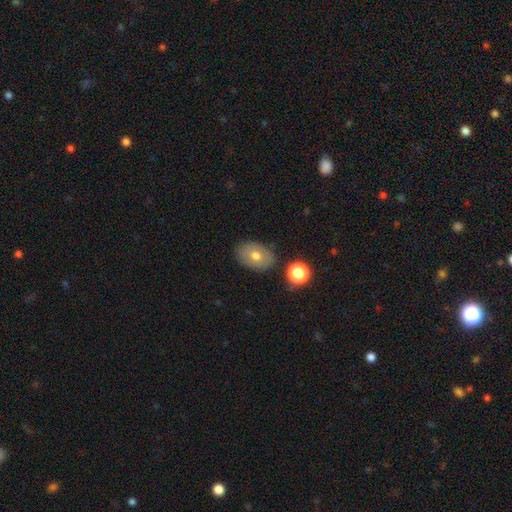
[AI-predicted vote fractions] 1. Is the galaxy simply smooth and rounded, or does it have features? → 66% smooth, 24% featured or disk, 10% star or artifact.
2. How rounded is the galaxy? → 72% in between, 27% round, 1% cigar-shaped.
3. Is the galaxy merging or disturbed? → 82% none, 12% minor disturbance, 3% major disturbance, 3% merger.